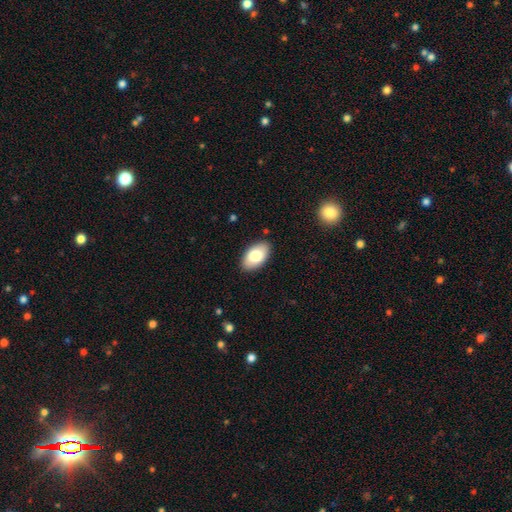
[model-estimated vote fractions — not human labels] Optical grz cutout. It shows a smooth galaxy with no disk features (79%) that is in between round and cigar-shaped (95%). Merging: none (87%).